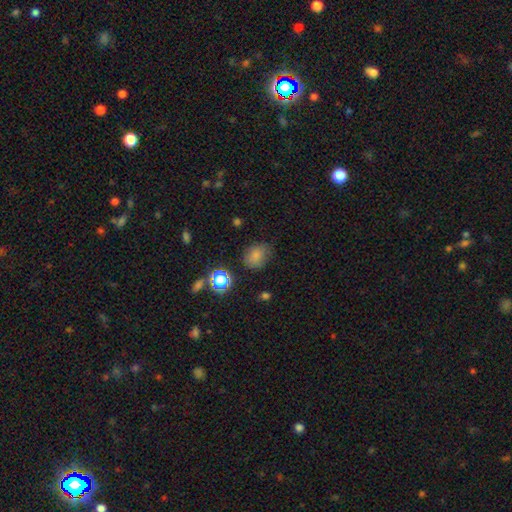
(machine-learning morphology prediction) Smooth or featured?
  - smooth: 77% *
  - star or artifact: 16%
  - featured or disk: 7%
How rounded?
  - round: 54% *
  - in between: 45%
  - cigar-shaped: 1%
Merging?
  - none: 69% *
  - minor disturbance: 22%
  - major disturbance: 6%
  - merger: 3%